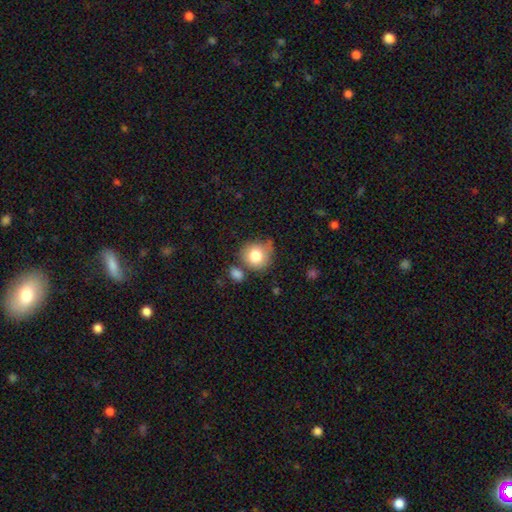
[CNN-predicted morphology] Smooth or featured: smooth — 80% (featured or disk — 11%)
How rounded: round — 87% (in between — 12%)
Merging: none — 64% (minor disturbance — 17%)